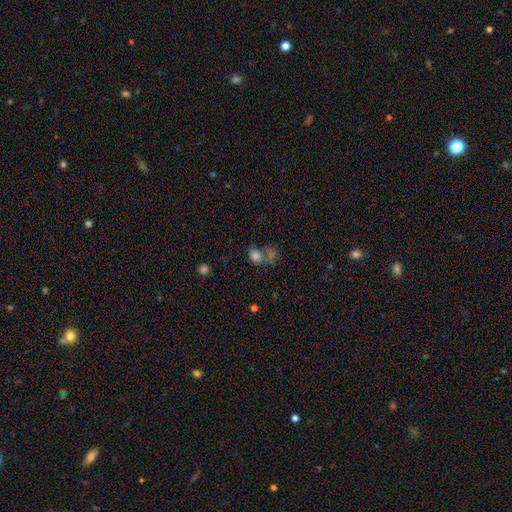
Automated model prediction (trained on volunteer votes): The model was most divided on "how rounded": in between: 50%, round: 49%, cigar-shaped: 1%. Remaining: smooth or featured — smooth (74%); merging — merger (44%).